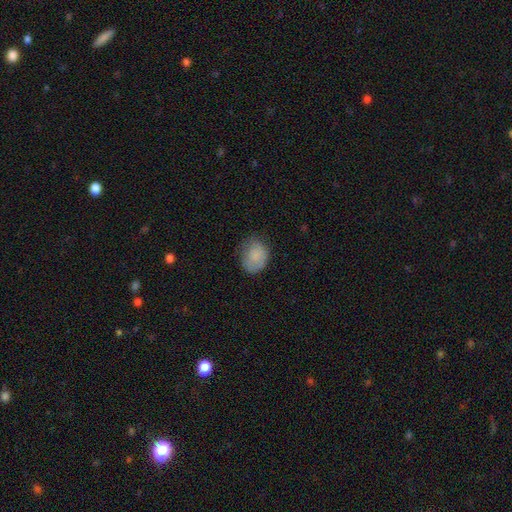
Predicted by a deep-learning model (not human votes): A smooth galaxy with no disk features (80%) that is round (54%). Merging: none (65%).